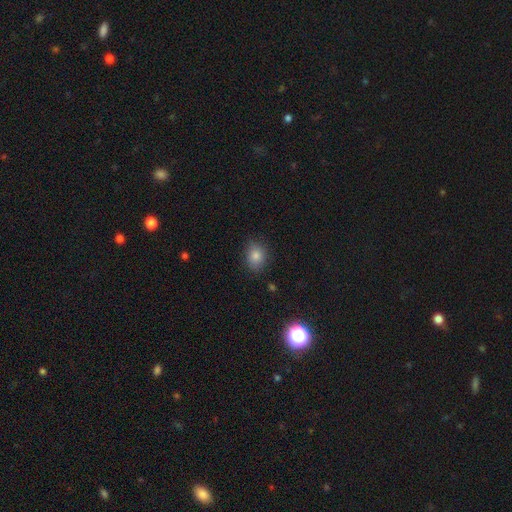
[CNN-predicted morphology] smooth_or_featured: smooth (p=0.79) [alt: star or artifact p=0.14]
how_rounded: in between (p=0.52) [alt: round p=0.47]
merging: none (p=0.84) [alt: minor disturbance p=0.12]